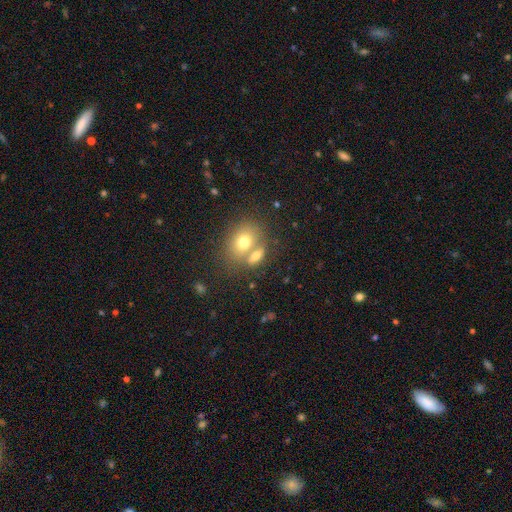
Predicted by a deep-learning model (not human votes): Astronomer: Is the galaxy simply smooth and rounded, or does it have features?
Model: smooth — 71%.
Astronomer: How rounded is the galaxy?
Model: in between — 74%.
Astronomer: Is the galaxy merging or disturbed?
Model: merger — 48% (runner-up: none, 39%).